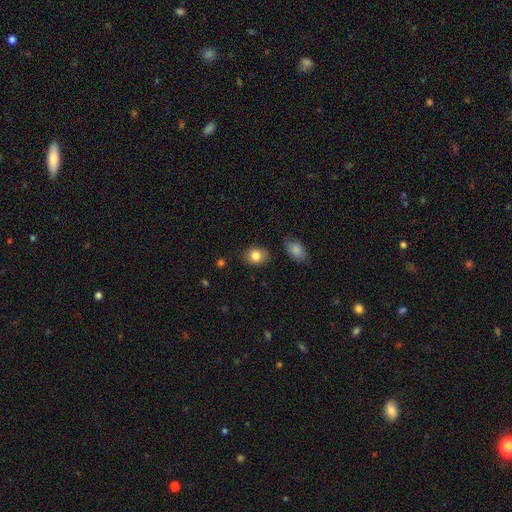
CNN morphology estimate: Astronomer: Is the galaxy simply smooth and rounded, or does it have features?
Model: smooth — 84%.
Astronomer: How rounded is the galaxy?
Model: round — 60% (runner-up: in between, 39%).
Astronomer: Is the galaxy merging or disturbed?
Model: none — 85%.